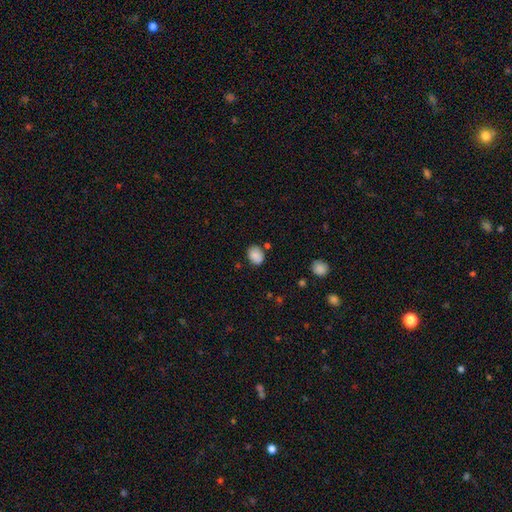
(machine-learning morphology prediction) type=smooth (86%); roundness=in between (61%); merging=none (73%).